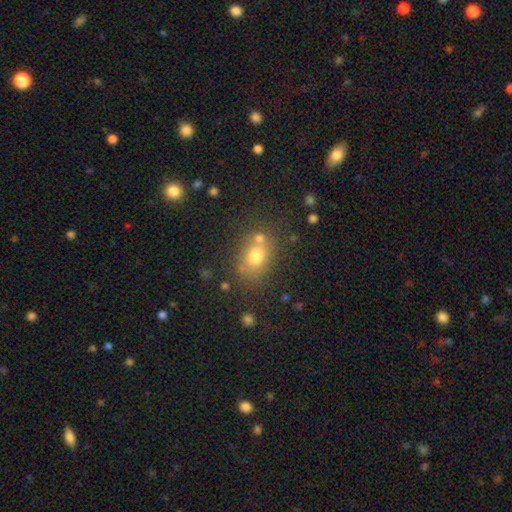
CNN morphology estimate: smooth 73%, star or artifact 15%, featured or disk 12%. Down the decision tree: how rounded — in between (54%); merging — none (61%).